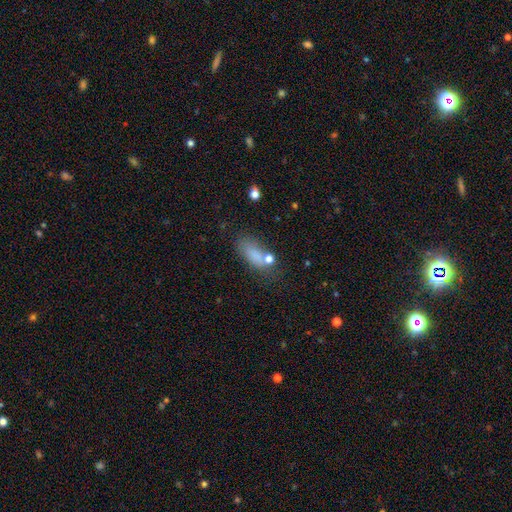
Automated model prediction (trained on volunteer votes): Smooth or featured? smooth (75%)
How rounded? in between (78%)
Merging? none (50%)